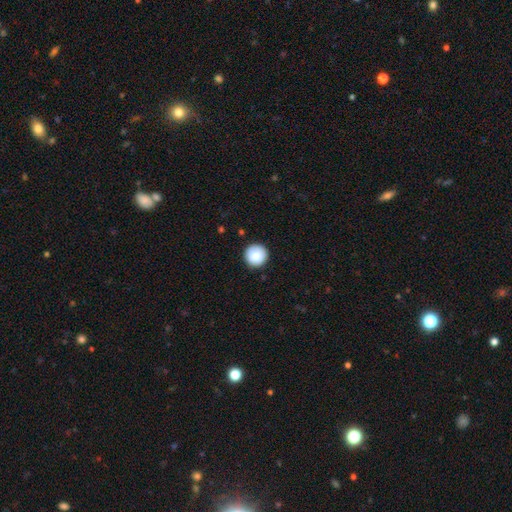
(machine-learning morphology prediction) Overall: smooth (88%). How rounded: round (97%). Merging: none (91%).